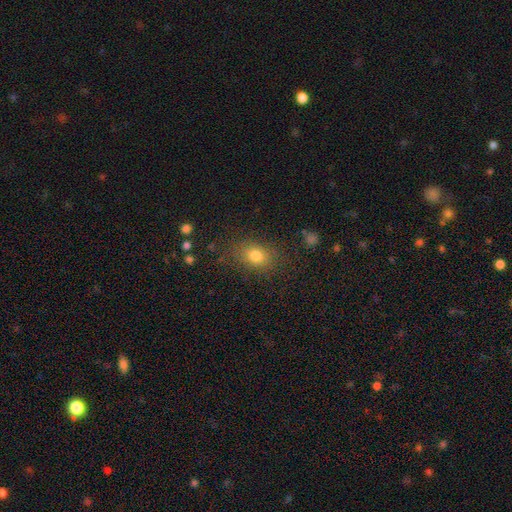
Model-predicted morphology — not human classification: The model was most divided on "how rounded": in between: 65%, round: 33%, cigar-shaped: 2%. More confident: merging — none (81%); smooth or featured — smooth (78%).